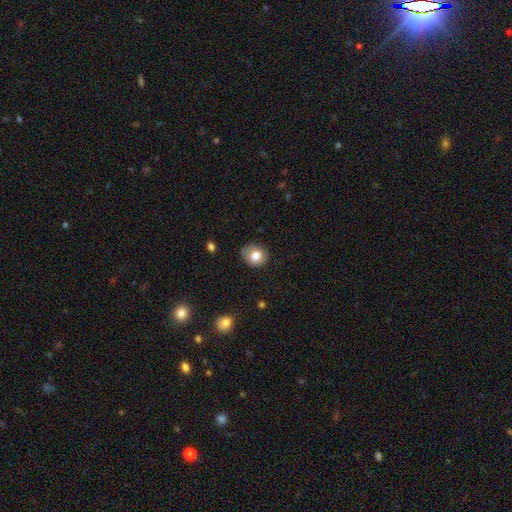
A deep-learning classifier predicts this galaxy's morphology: Smooth or featured? Predicted: smooth (p=0.78). How rounded? Predicted: round (p=0.73). Merging? Predicted: none (p=0.79).